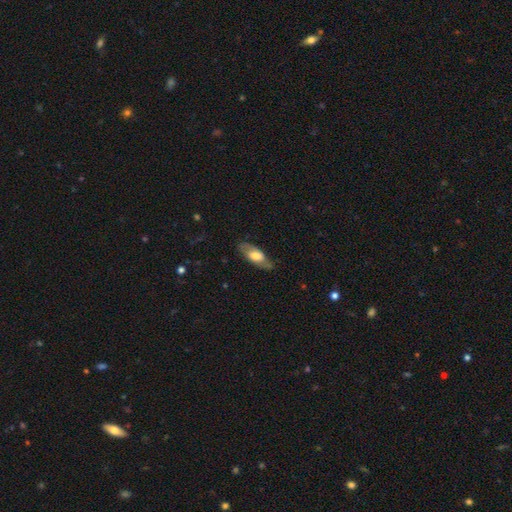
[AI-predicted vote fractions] The model was most divided on "smooth or featured": smooth: 51%, featured or disk: 43%, star or artifact: 6%. More confident: how rounded — in between (77%); merging — none (76%).